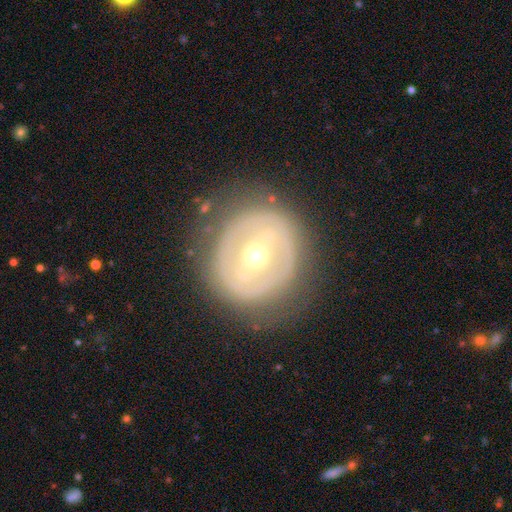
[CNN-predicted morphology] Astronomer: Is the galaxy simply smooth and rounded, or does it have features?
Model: featured or disk — 72%.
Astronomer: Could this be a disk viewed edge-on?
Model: no — 95%.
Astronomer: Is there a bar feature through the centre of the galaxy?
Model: strong — 38% (runner-up: weak, 36%).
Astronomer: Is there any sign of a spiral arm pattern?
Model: no — 61% (runner-up: yes, 39%).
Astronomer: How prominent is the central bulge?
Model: moderate — 53% (runner-up: small, 43%).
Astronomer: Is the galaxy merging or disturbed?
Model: none — 78%.